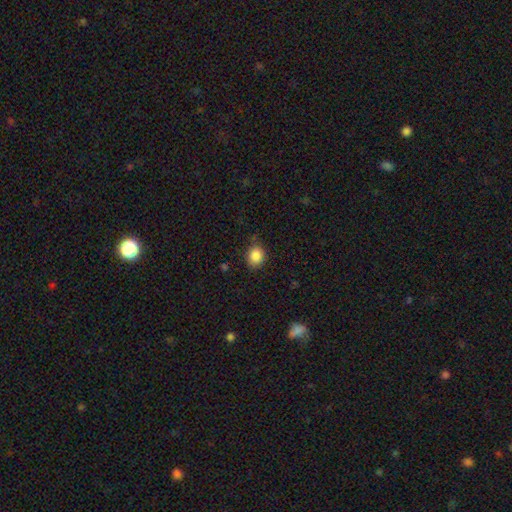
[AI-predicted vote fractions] Q: Smooth or featured?
A: smooth (86%); runner-up: star or artifact (10%)
Q: How rounded?
A: round (57%); runner-up: in between (42%)
Q: Merging?
A: none (73%); runner-up: minor disturbance (21%)